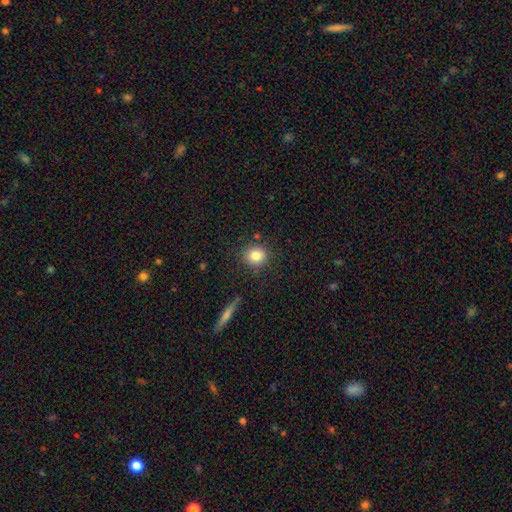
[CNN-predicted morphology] This is clearly a smooth galaxy (83%). How rounded: clearly round (86%). Merging: clearly none (86%).